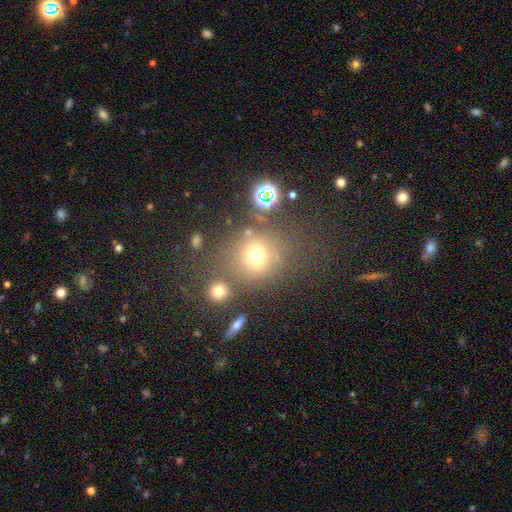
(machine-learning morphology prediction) type=smooth (67%); roundness=round (78%); merging=none (68%).